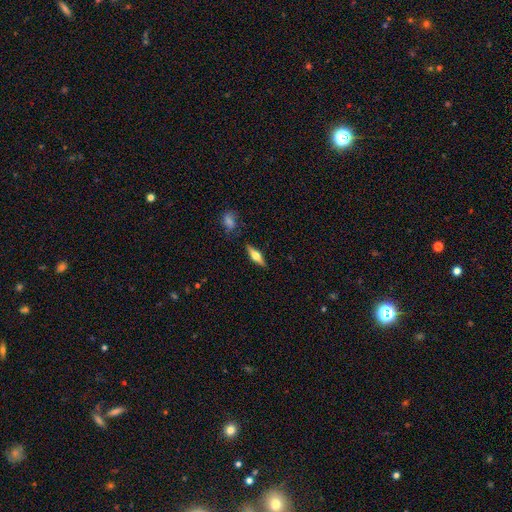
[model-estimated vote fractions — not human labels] Smooth or featured? featured or disk (58%)
Edge-on disk? yes (94%)
Edge-on bulge? rounded (93%)
Merging? none (85%)